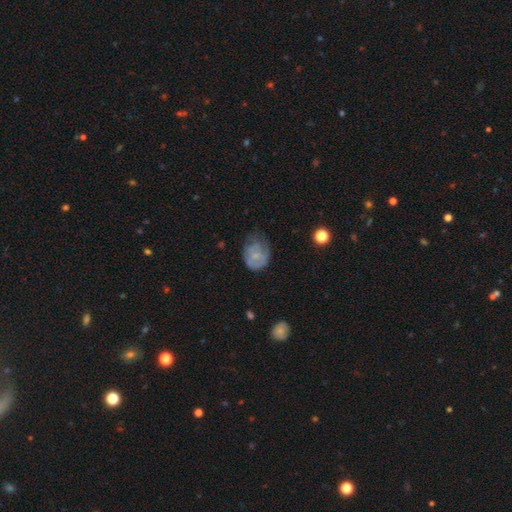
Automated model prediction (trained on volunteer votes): smooth_or_featured: smooth (p=0.57) [alt: featured or disk p=0.35]
how_rounded: round (p=0.53) [alt: in between p=0.46]
merging: none (p=0.36) [tied with: minor disturbance p=0.36]